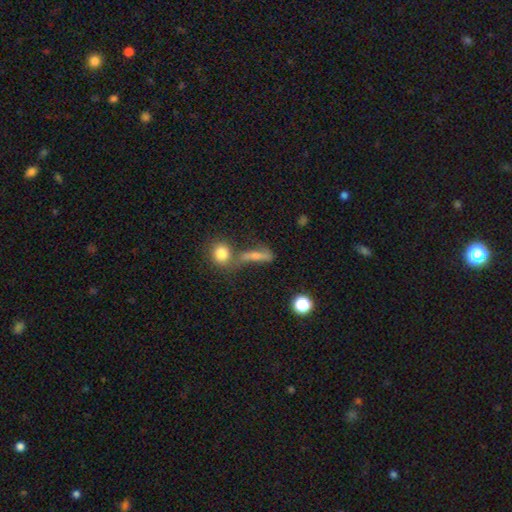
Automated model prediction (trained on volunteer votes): Morphology: type=smooth (64%); roundness=cigar-shaped (53%); merging=none (43%).